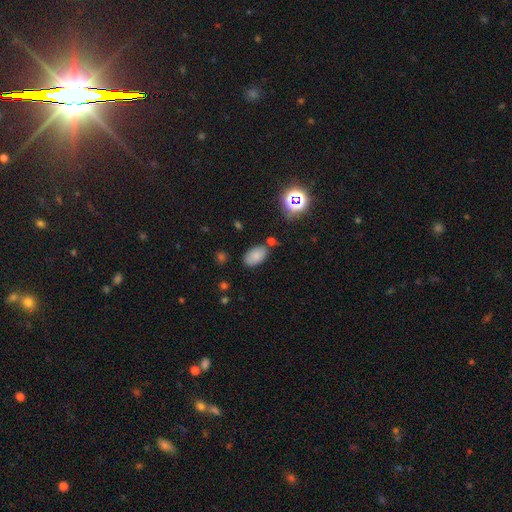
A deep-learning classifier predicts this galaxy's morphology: Smooth or featured?
  - smooth: 81% *
  - star or artifact: 12%
  - featured or disk: 7%
How rounded?
  - in between: 94% *
  - round: 4%
  - cigar-shaped: 2%
Merging?
  - none: 76% *
  - minor disturbance: 14%
  - merger: 6%
  - major disturbance: 4%